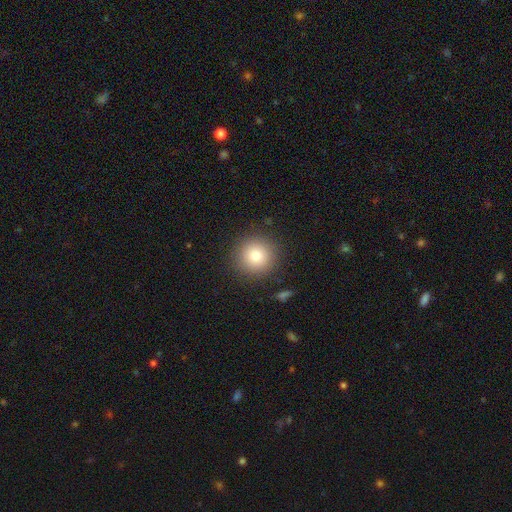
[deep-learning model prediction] Smooth or featured?
  - smooth: 80% *
  - star or artifact: 11%
  - featured or disk: 9%
How rounded?
  - round: 95% *
  - in between: 4%
  - cigar-shaped: 1%
Merging?
  - none: 90% *
  - minor disturbance: 6%
  - major disturbance: 3%
  - merger: 1%